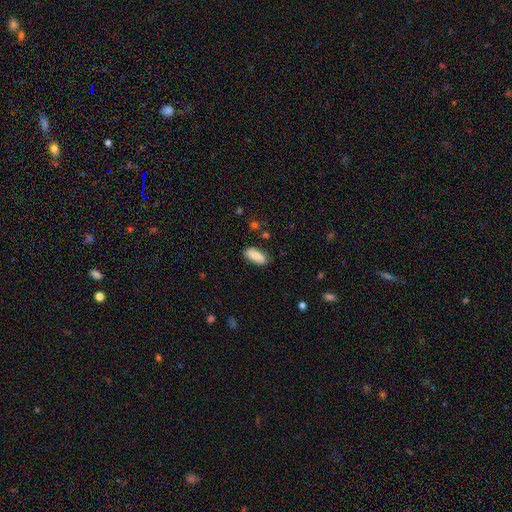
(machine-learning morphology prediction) A smooth galaxy with no disk features (83%) that is in between round and cigar-shaped (83%). Merging: none (83%).